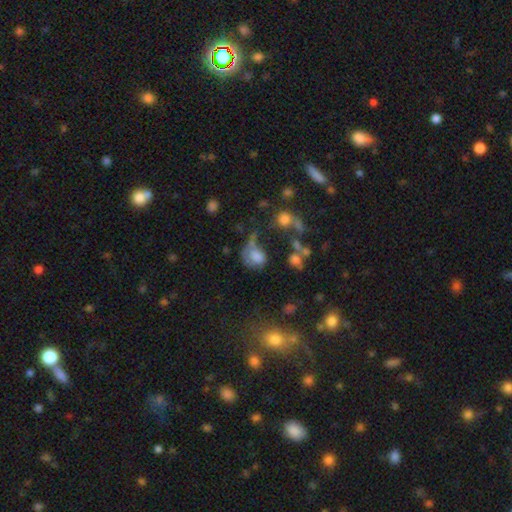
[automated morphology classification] This appears to be a smooth galaxy with no disk features (65%) that is in between round and cigar-shaped (49%, tied with round). Merging: major disturbance (32%).